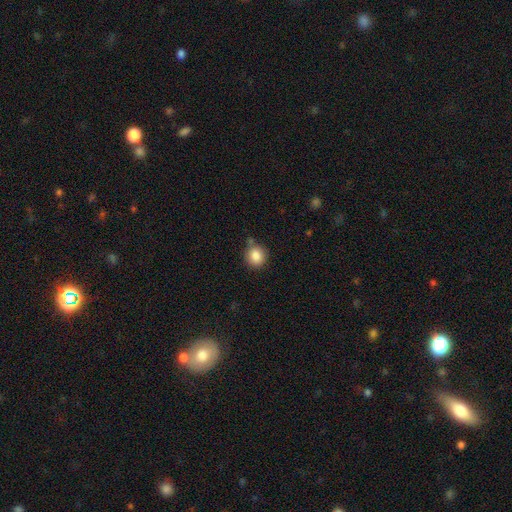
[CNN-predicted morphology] type=smooth (86%); roundness=round (85%); merging=none (74%).